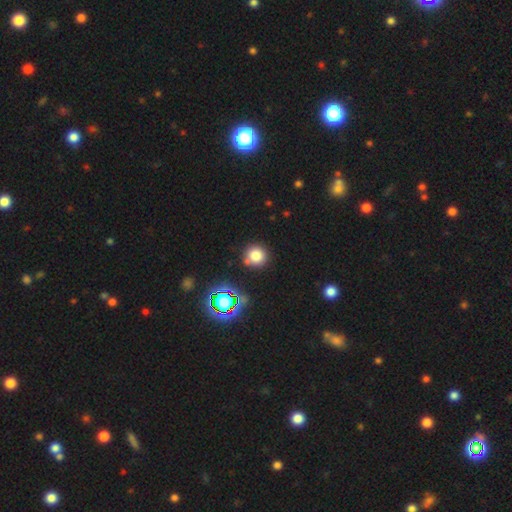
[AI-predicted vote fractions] Smooth or featured?
  - smooth: 76% *
  - star or artifact: 17%
  - featured or disk: 6%
How rounded?
  - round: 93% *
  - in between: 6%
  - cigar-shaped: 1%
Merging?
  - none: 78% *
  - minor disturbance: 11%
  - merger: 7%
  - major disturbance: 3%